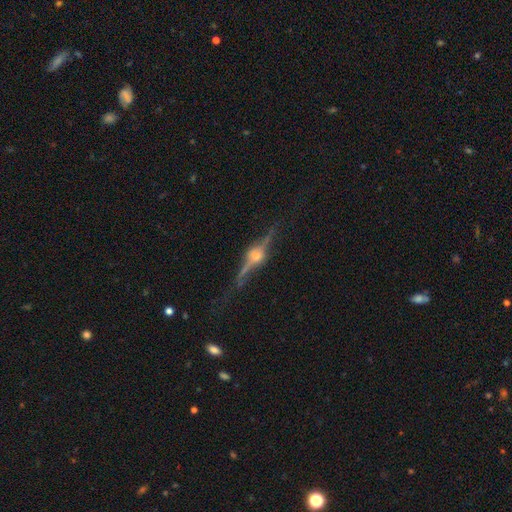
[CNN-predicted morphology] Smooth or featured?
  - featured or disk: 87% *
  - star or artifact: 7%
  - smooth: 6%
Edge-on disk?
  - yes: 95% *
  - no: 5%
Edge-on bulge?
  - rounded: 93% *
  - boxy: 6%
  - none: 2%
Merging?
  - none: 79% *
  - minor disturbance: 14%
  - major disturbance: 6%
  - merger: 2%